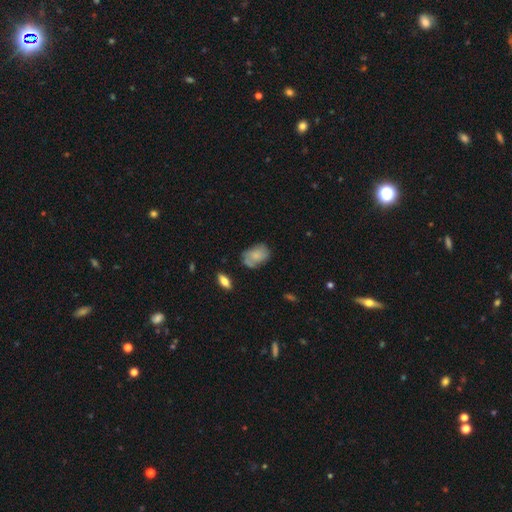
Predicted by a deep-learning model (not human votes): The model was most divided on "merging": none: 59%, minor disturbance: 29%, major disturbance: 7%, merger: 4%. More confident: how rounded — in between (82%); smooth or featured — smooth (67%).